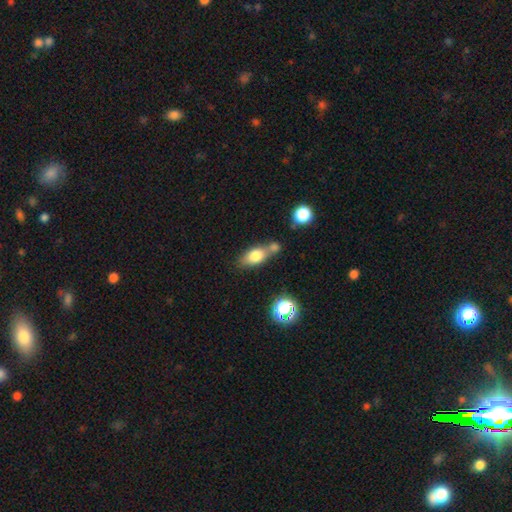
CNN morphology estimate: This is likely a smooth galaxy (75%). How rounded: likely in between (79%). Merging: marginally none (43%).